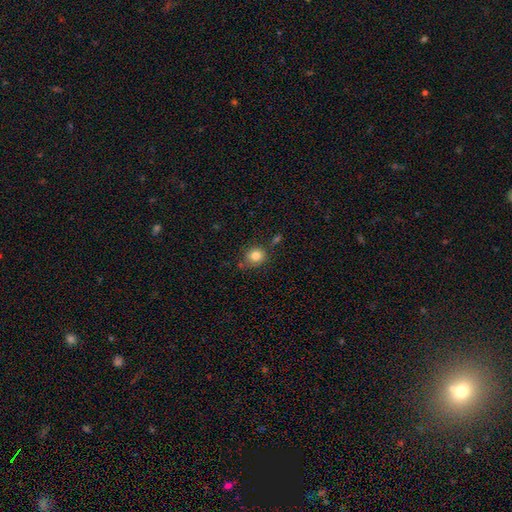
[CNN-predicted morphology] The model was most divided on "merging": none: 74%, minor disturbance: 15%, merger: 7%, major disturbance: 4%. More confident: how rounded — round (84%); smooth or featured — smooth (83%).